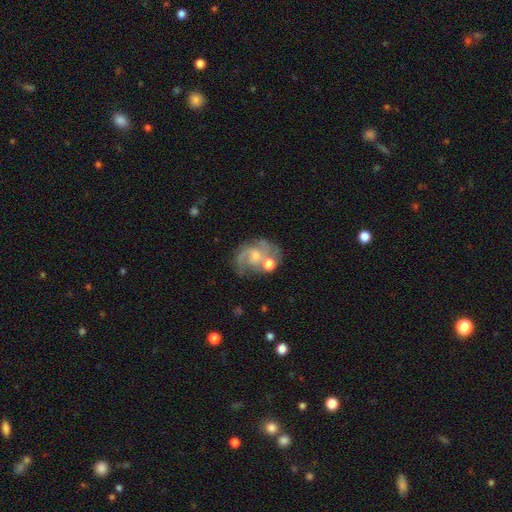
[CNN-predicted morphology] smooth_or_featured: featured or disk (p=0.76) [alt: smooth p=0.16]
disk_edge_on: no (p=0.98) [alt: yes p=0.02]
bar: no (p=0.64) [alt: weak p=0.32]
has_spiral_arms: yes (p=0.89) [alt: no p=0.11]
spiral_winding: medium (p=0.50) [alt: tight p=0.25]
spiral_arm_count: 2 (p=0.56) [alt: can't tell p=0.16]
bulge_size: small (p=0.42) [tied with: moderate p=0.42]
merging: none (p=0.46) [alt: merger p=0.20]